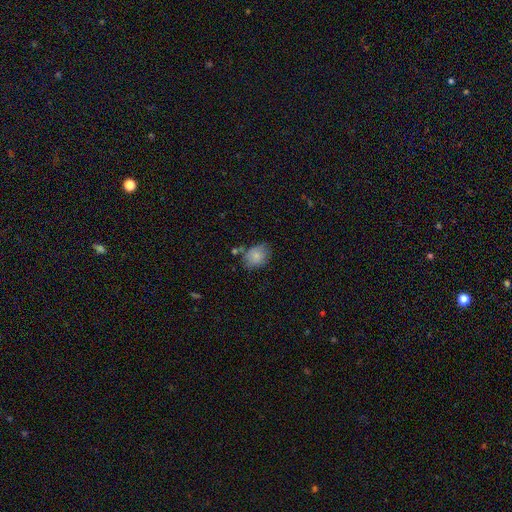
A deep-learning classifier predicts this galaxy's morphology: Q: Smooth or featured?
A: smooth (80%); runner-up: featured or disk (12%)
Q: How rounded?
A: in between (66%); runner-up: round (33%)
Q: Merging?
A: none (62%); runner-up: minor disturbance (25%)